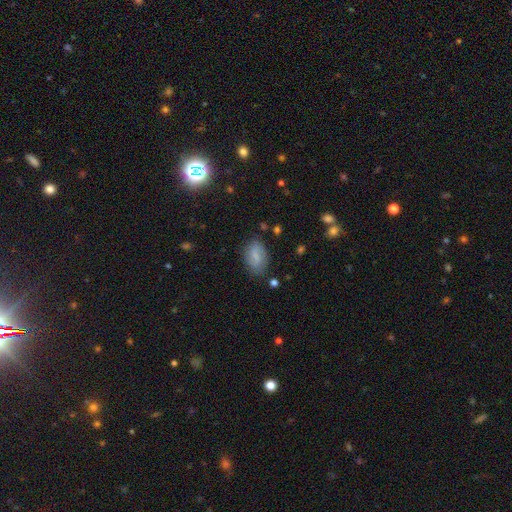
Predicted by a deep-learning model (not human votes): This is likely a smooth galaxy (74%). How rounded: clearly in between (90%). Merging: likely none (76%).